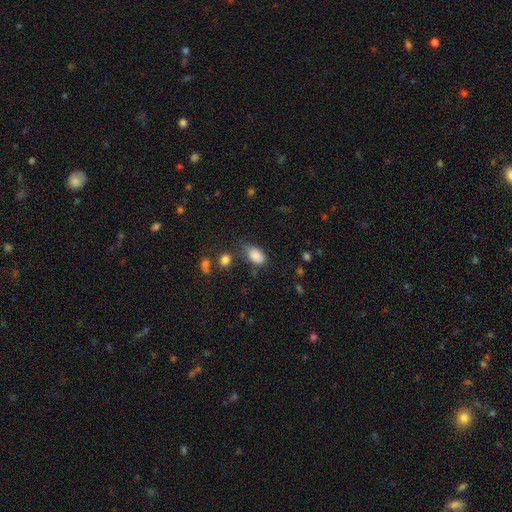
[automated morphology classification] Overall: smooth (86%). How rounded: in between (89%). Merging: none (57%; minor disturbance 30%).